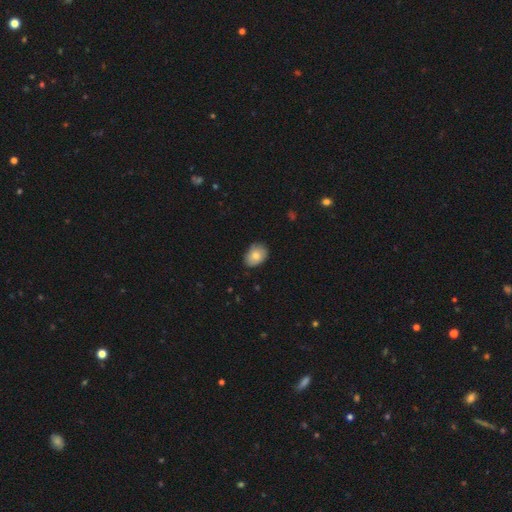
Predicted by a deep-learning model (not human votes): A smooth galaxy with no disk features (77%) that is in between round and cigar-shaped (73%).

Vote fractions:
- Smooth or featured? smooth: 77% / featured or disk: 15% / star or artifact: 7%
- How rounded? in between: 73% / round: 26% / cigar-shaped: 1%
- Merging? none: 79% / minor disturbance: 17% / major disturbance: 3% / merger: 1%